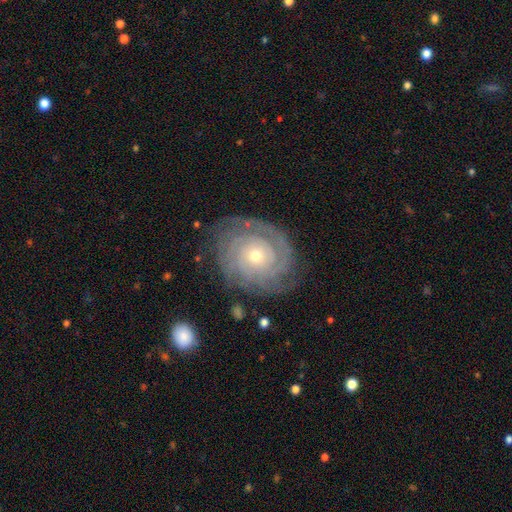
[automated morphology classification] smooth-or-featured: featured or disk: 87% | smooth: 7% | star or artifact: 6%
  disk-edge-on: no: 97% | yes: 3%
    bar: no: 82% | weak: 14% | strong: 4%
    has-spiral-arms: yes: 97% | no: 3%
      spiral-winding: tight: 84% | medium: 13% | loose: 3%
      spiral-arm-count: can't tell: 29% | 3: 22% | 2: 20% | 4: 14% | more than 4: 8% | 1: 7%
    bulge-size: small: 53% | moderate: 43% | large: 2% | none: 1% | dominant: 1%
  merging: none: 79% | minor disturbance: 14% | major disturbance: 5% | merger: 1%